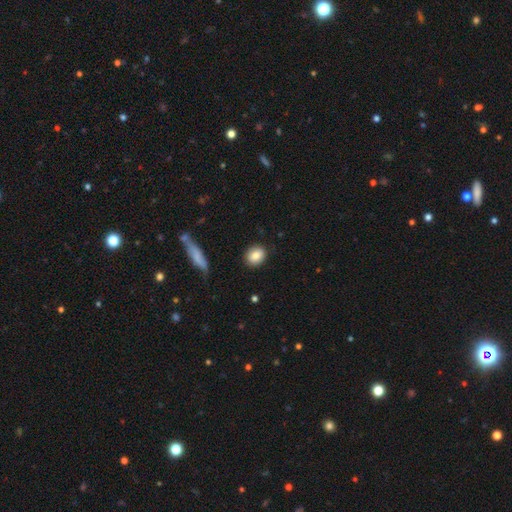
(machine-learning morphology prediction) smooth-or-featured: smooth: 84% | star or artifact: 8% | featured or disk: 8%
  how-rounded: round: 64% | in between: 34% | cigar-shaped: 2%
  merging: none: 88% | minor disturbance: 9% | major disturbance: 2% | merger: 2%